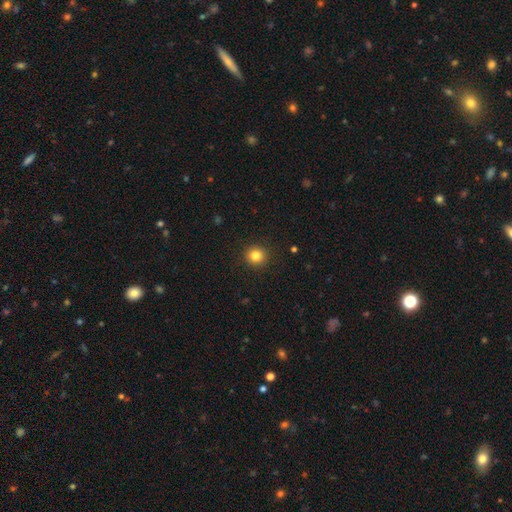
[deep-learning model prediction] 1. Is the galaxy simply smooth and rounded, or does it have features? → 83% smooth, 12% star or artifact, 5% featured or disk.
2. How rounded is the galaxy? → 93% round, 6% in between, 1% cigar-shaped.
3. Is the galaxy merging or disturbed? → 92% none, 5% minor disturbance, 2% major disturbance, 1% merger.